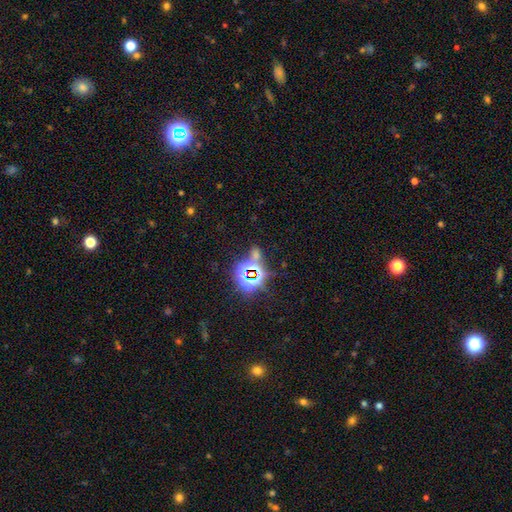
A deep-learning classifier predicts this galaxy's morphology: type=star or artifact (72%).